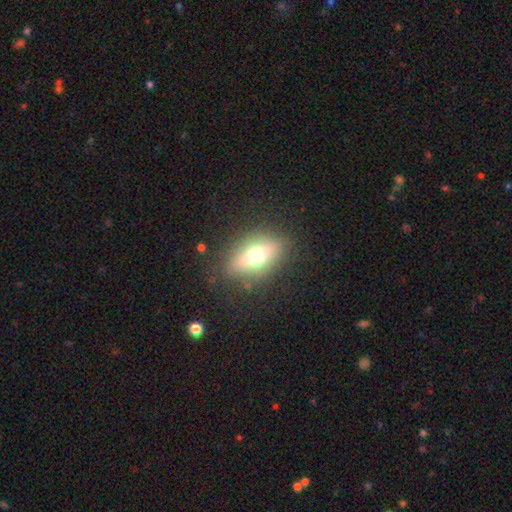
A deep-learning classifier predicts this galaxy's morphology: Overall: smooth (60%; featured or disk 30%). How rounded: in between (75%). Merging: none (83%).